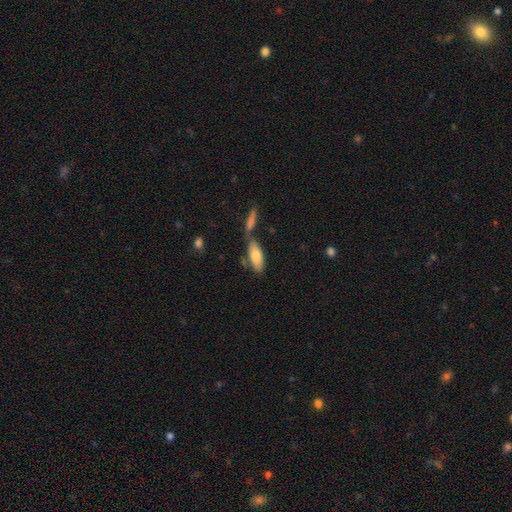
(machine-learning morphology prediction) smooth_or_featured: smooth (p=0.79) [alt: featured or disk p=0.15]
how_rounded: in between (p=0.75) [alt: cigar-shaped p=0.23]
merging: none (p=0.51) [alt: merger p=0.31]